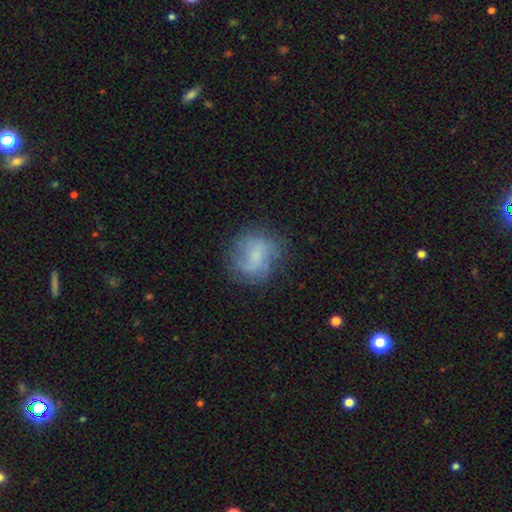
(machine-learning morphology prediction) smooth_or_featured: smooth (p=0.47) [alt: featured or disk p=0.43]
merging: none (p=0.64) [alt: minor disturbance p=0.22]